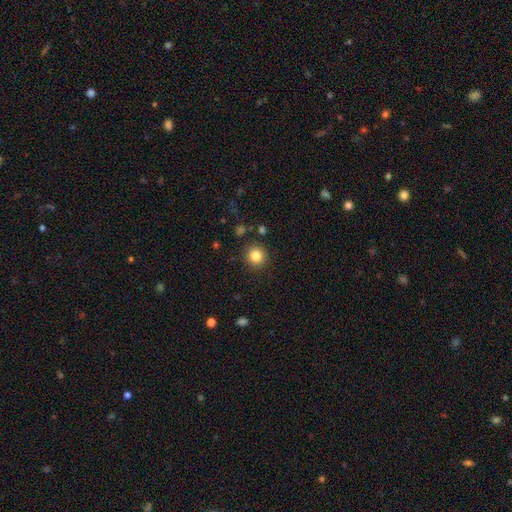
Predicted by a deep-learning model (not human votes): smooth_or_featured: smooth (p=0.83) [alt: star or artifact p=0.11]
how_rounded: round (p=0.92) [alt: in between p=0.07]
merging: none (p=0.89) [alt: minor disturbance p=0.06]